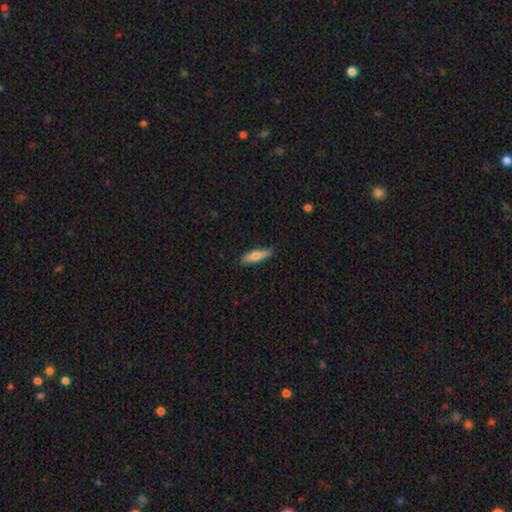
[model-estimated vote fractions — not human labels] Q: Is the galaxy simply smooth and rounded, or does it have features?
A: smooth — 73%.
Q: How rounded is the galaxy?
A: cigar-shaped — 69%.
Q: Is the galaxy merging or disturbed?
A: none — 86%.